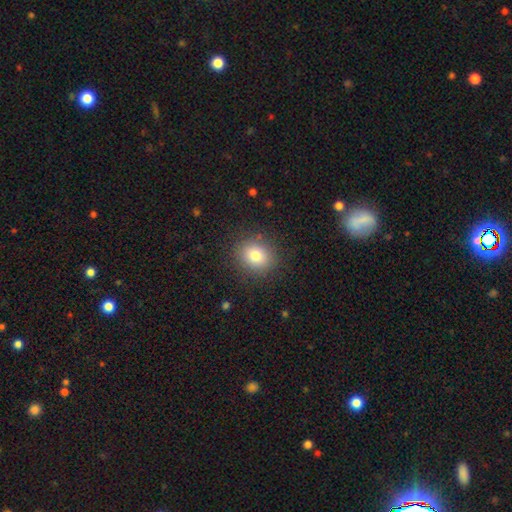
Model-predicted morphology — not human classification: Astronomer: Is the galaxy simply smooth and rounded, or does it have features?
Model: smooth — 79%.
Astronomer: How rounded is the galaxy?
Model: round — 73%.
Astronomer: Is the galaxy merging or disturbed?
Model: none — 88%.